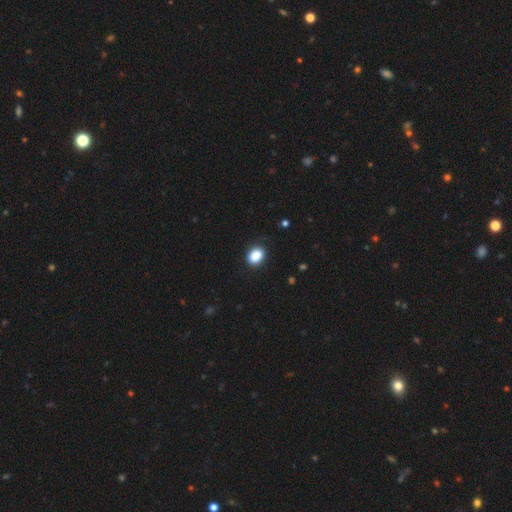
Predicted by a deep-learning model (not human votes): This is clearly a smooth galaxy (88%). How rounded: likely in between (63%). Merging: clearly none (83%).